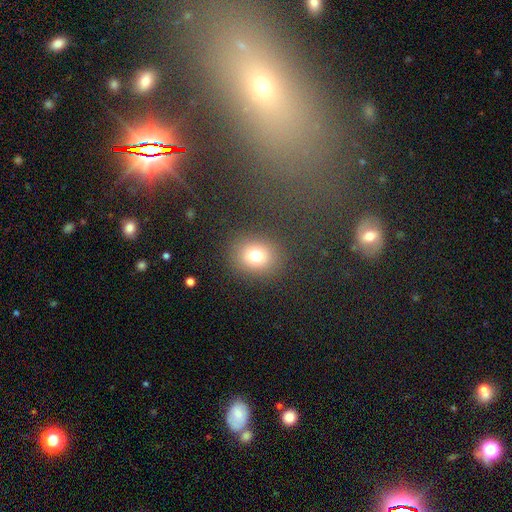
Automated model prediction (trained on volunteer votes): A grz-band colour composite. It shows a smooth galaxy with no disk features (76%) that is round (70%). Merging: none (86%).